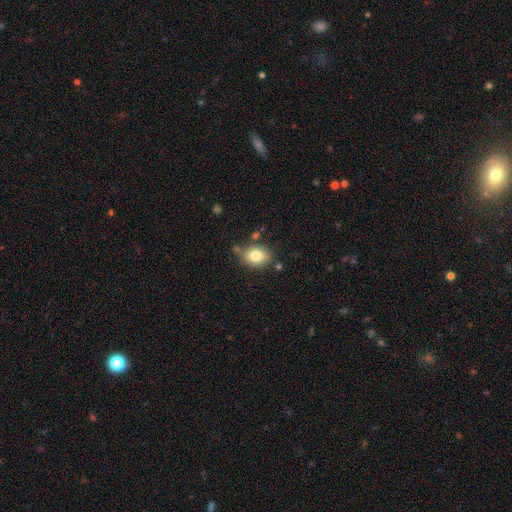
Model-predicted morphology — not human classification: Q: Smooth or featured?
A: smooth (82%); runner-up: featured or disk (9%)
Q: How rounded?
A: in between (68%); runner-up: round (31%)
Q: Merging?
A: none (75%); runner-up: minor disturbance (15%)